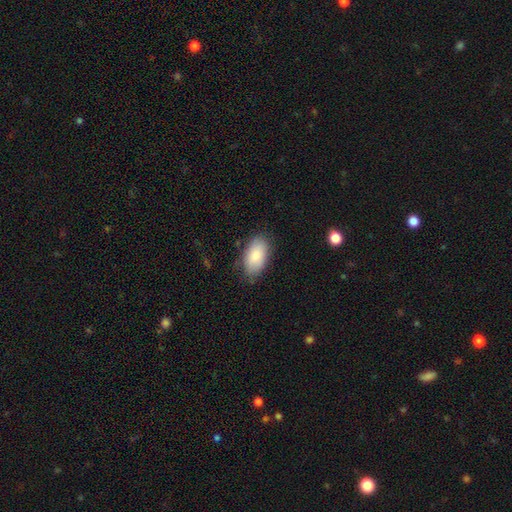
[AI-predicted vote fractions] smooth 83%, featured or disk 11%, star or artifact 6%. Down the decision tree: how rounded — in between (94%); merging — none (79%).